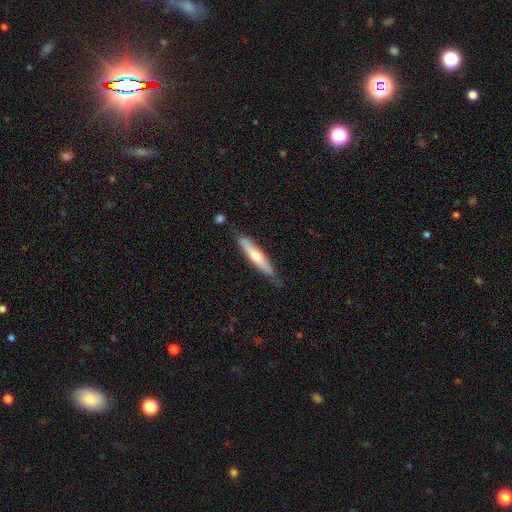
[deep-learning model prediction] Overall: smooth (50%; featured or disk 45%). Merging: none (75%).